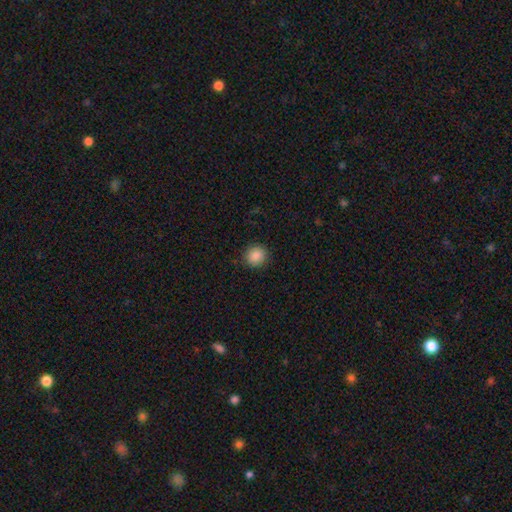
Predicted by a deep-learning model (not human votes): This is clearly a smooth galaxy (88%). How rounded: clearly round (88%). Merging: clearly none (90%).